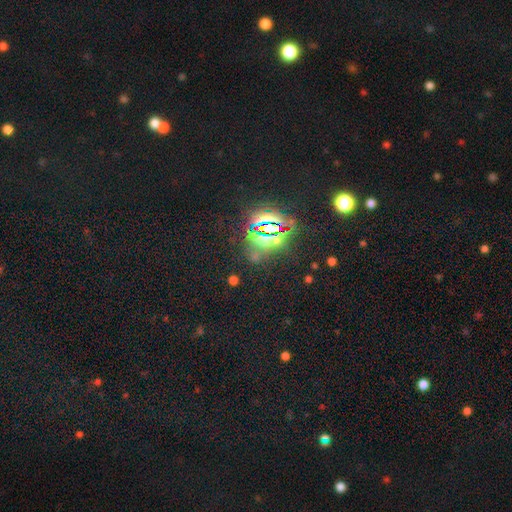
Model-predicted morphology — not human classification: Smooth or featured: star or artifact — 79% (smooth — 13%)